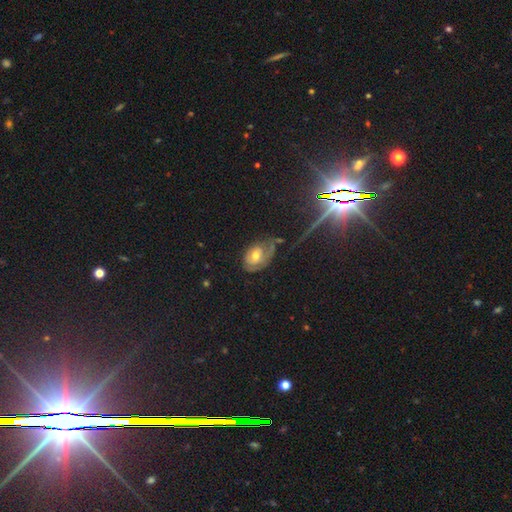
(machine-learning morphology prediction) Smooth or featured? Predicted: featured or disk (p=0.56). Edge-on disk? Predicted: no (p=0.94). Bar? Predicted: no (p=0.71). Spiral arms? Predicted: yes (p=0.71). Bulge size? Predicted: moderate (p=0.70). Merging? Predicted: none (p=0.46).